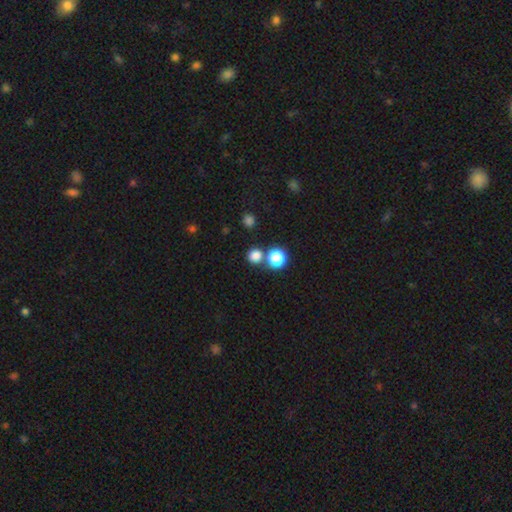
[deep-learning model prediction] A smooth galaxy with no disk features (78%) that is round (88%).

Vote fractions:
- Smooth or featured? smooth: 78% / star or artifact: 17% / featured or disk: 5%
- How rounded? round: 88% / in between: 11% / cigar-shaped: 1%
- Merging? none: 72% / merger: 18% / minor disturbance: 7% / major disturbance: 3%